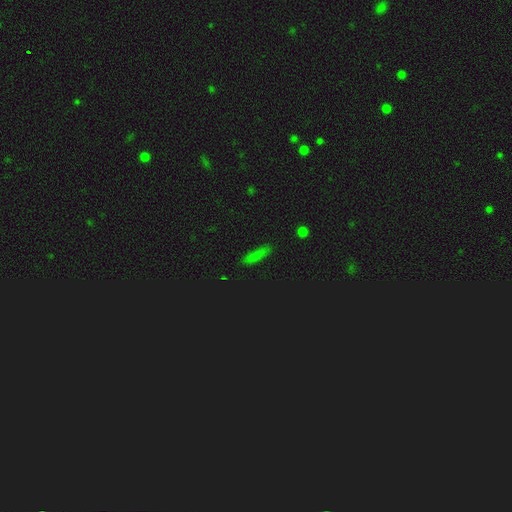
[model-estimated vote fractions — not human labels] Smooth or featured? smooth (68%)
How rounded? cigar-shaped (65%)
Merging? none (84%)